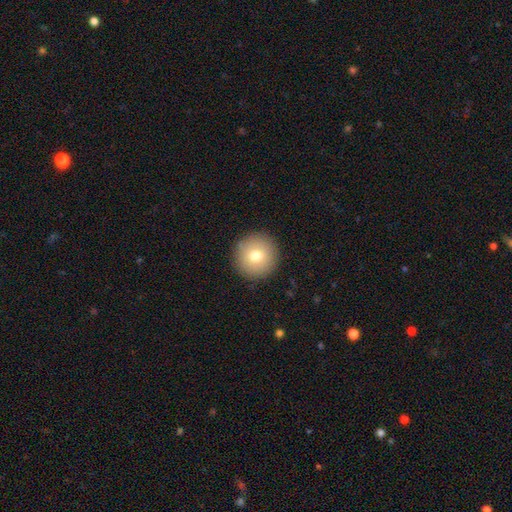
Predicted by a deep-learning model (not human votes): Smooth or featured? Predicted: smooth (p=0.75). How rounded? Predicted: round (p=0.95). Merging? Predicted: none (p=0.91).